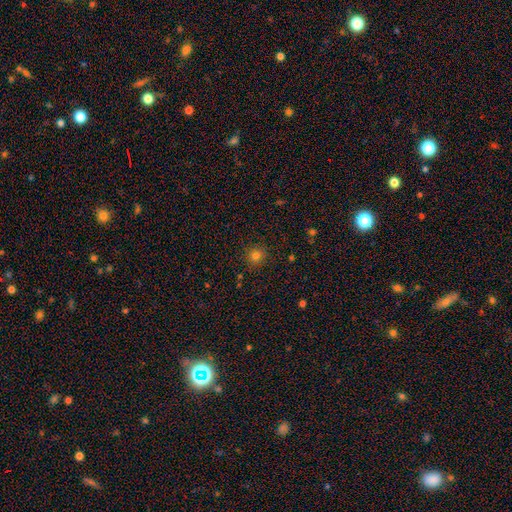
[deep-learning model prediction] Overall: smooth (79%). How rounded: round (90%). Merging: none (89%).